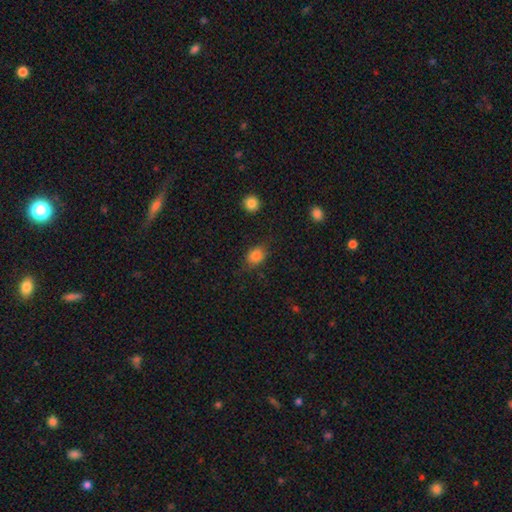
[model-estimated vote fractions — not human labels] Smooth or featured: smooth — 83% (star or artifact — 10%)
How rounded: in between — 61% (round — 37%)
Merging: none — 73% (minor disturbance — 20%)